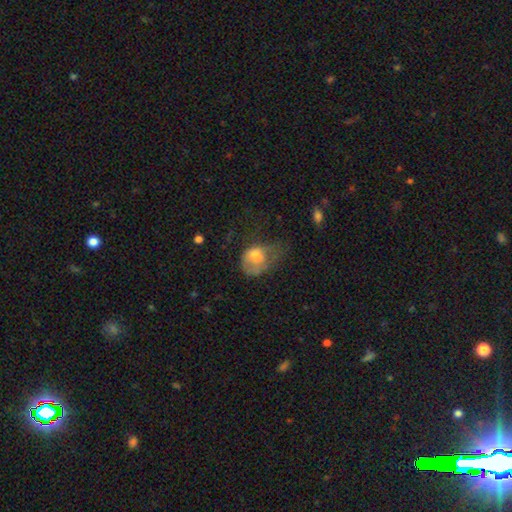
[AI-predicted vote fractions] A smooth galaxy with no disk features (67%) that is in between round and cigar-shaped (61%).

Vote fractions:
- Smooth or featured? smooth: 67% / featured or disk: 25% / star or artifact: 9%
- How rounded? in between: 61% / round: 38% / cigar-shaped: 1%
- Merging? major disturbance: 49% / minor disturbance: 29% / none: 20% / merger: 3%